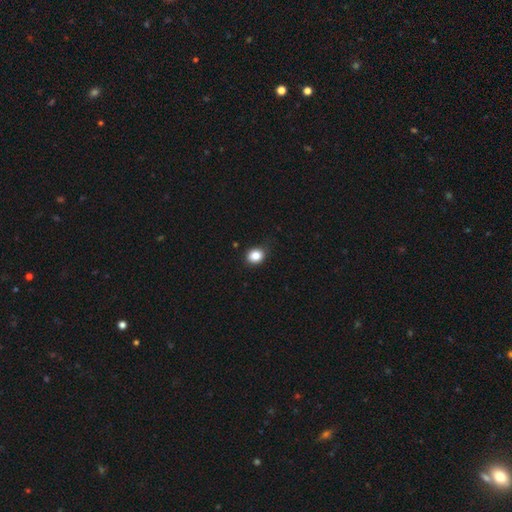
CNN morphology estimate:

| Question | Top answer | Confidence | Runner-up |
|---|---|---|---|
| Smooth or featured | smooth | 85% | star or artifact (10%) |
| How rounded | round | 58% | in between (41%) |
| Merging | none | 84% | minor disturbance (12%) |